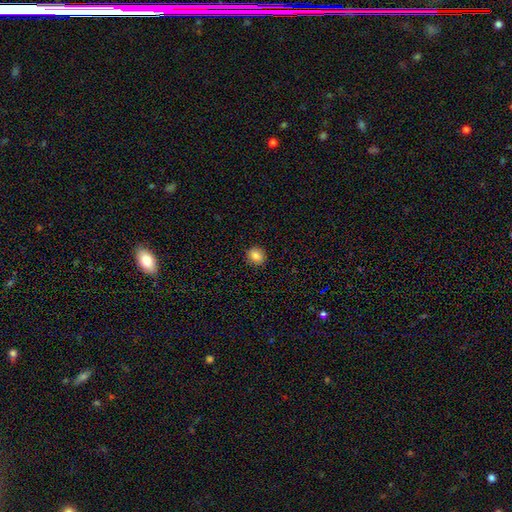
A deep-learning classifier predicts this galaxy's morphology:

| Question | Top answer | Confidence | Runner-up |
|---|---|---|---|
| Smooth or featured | smooth | 84% | star or artifact (10%) |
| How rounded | round | 76% | in between (23%) |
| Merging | none | 90% | minor disturbance (7%) |